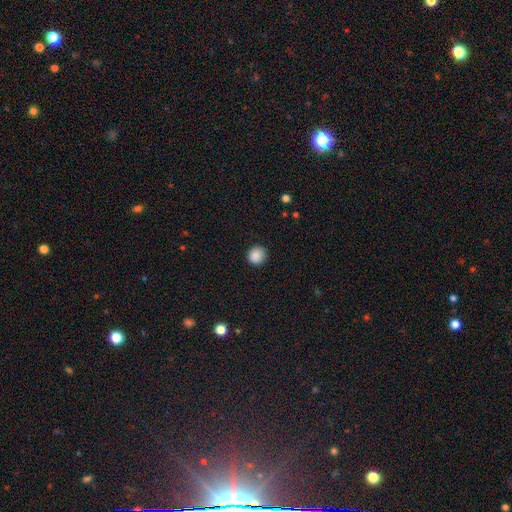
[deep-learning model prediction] Smooth or featured: smooth — 88% (star or artifact — 9%)
How rounded: round — 93% (in between — 6%)
Merging: none — 90% (minor disturbance — 7%)